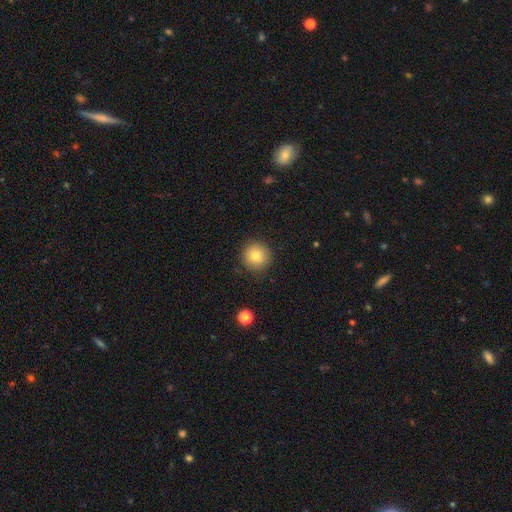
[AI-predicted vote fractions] Q: Smooth or featured?
A: smooth (82%); runner-up: star or artifact (10%)
Q: How rounded?
A: round (95%); runner-up: in between (4%)
Q: Merging?
A: none (89%); runner-up: minor disturbance (8%)